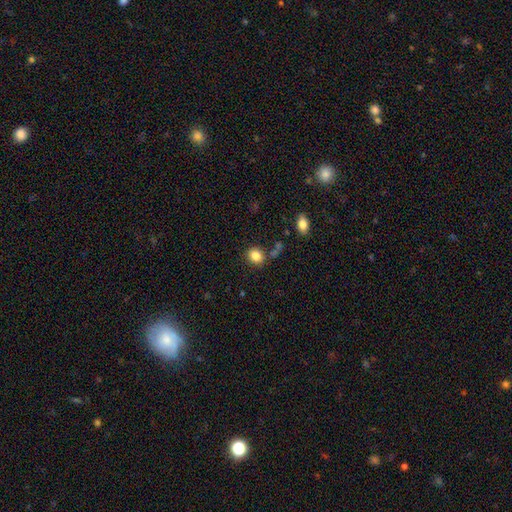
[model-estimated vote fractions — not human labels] smooth_or_featured: smooth (p=0.85) [alt: star or artifact p=0.10]
how_rounded: round (p=0.62) [alt: in between p=0.37]
merging: none (p=0.79) [alt: minor disturbance p=0.11]